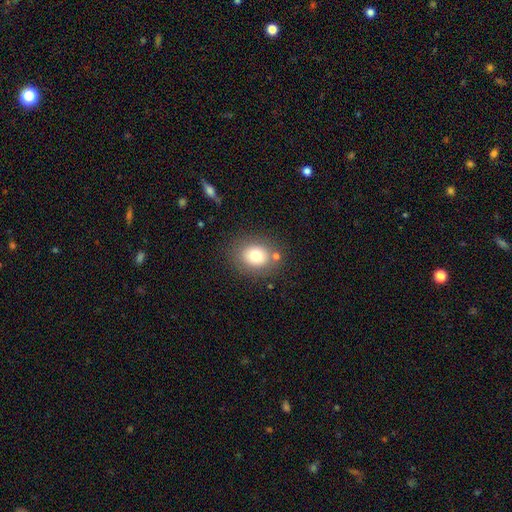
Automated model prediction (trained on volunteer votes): A smooth galaxy with no disk features (75%) that is round (58%). Merging: none (78%).